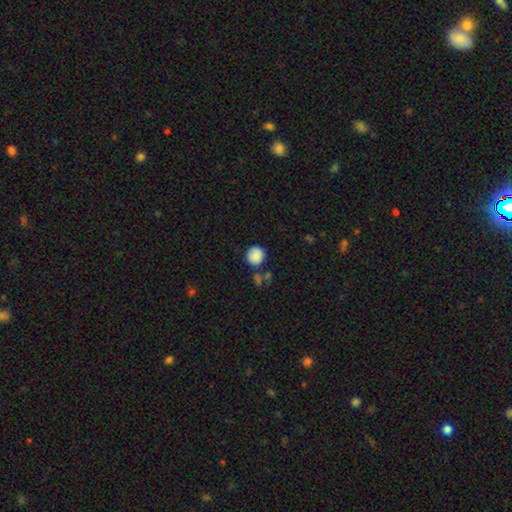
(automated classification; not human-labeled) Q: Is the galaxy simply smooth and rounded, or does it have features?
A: smooth — 87%.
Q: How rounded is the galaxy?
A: round — 87%.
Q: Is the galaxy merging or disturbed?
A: none — 72%.